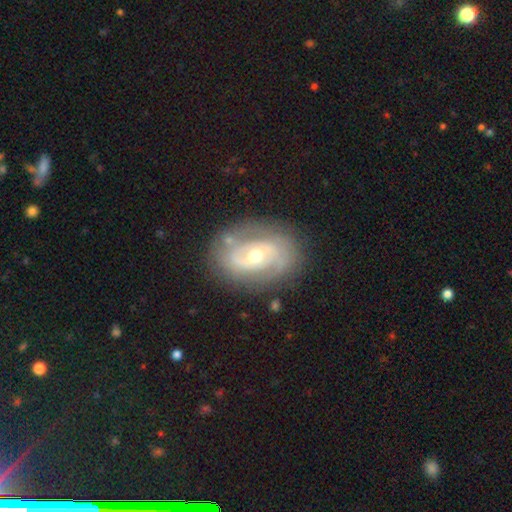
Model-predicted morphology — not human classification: This is clearly a featured or disk galaxy (81%). It is clearly not viewed edge-on (96%). Bar: marginally weak (44%). Spiral arm pattern: clearly yes (87%). Spiral arm count: likely 2 (69%). Spiral winding: marginally tight (44%). Central bulge: likely moderate (62%). Merging: likely none (77%).